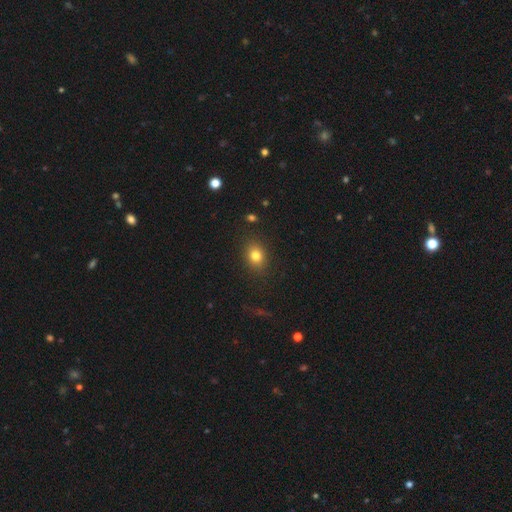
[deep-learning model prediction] smooth_or_featured: smooth (p=0.80) [alt: star or artifact p=0.12]
how_rounded: round (p=0.50) [alt: in between p=0.49]
merging: none (p=0.87) [alt: minor disturbance p=0.08]